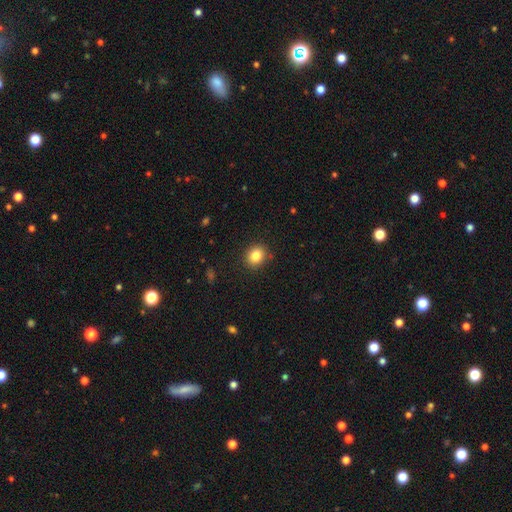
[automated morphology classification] smooth-or-featured: smooth: 84% | star or artifact: 10% | featured or disk: 6%
  how-rounded: round: 69% | in between: 30% | cigar-shaped: 1%
  merging: none: 88% | minor disturbance: 8% | major disturbance: 2% | merger: 1%